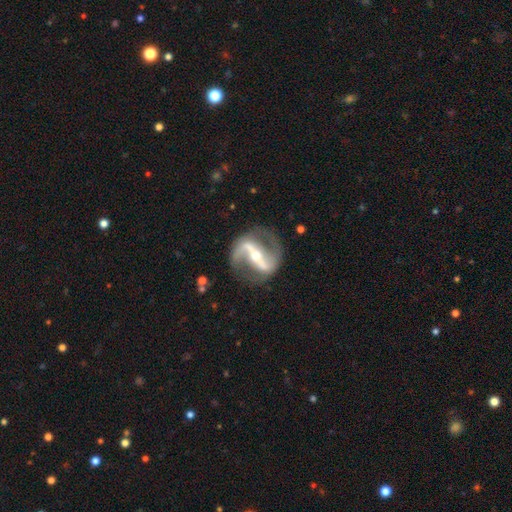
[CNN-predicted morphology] featured or disk 91%, smooth 5%, star or artifact 4%. Down the decision tree: edge-on disk — no (95%); bar — strong (69%); spiral arms — yes (95%); spiral arm count — 2 (93%); spiral winding — loose (48%); bulge size — small (50%); merging — none (79%).